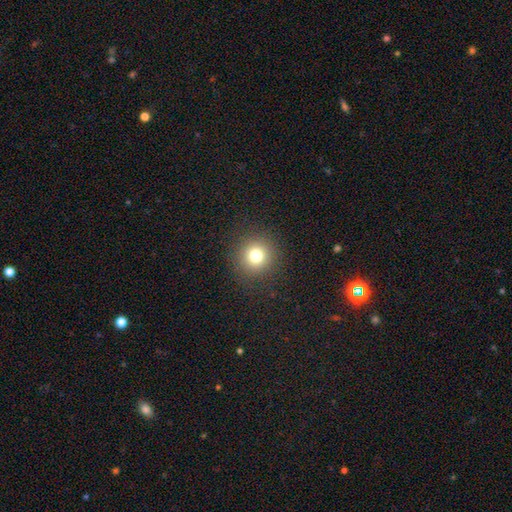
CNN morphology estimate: This appears to be a smooth galaxy with no disk features (78%) that is round (94%). Merging: none (91%).